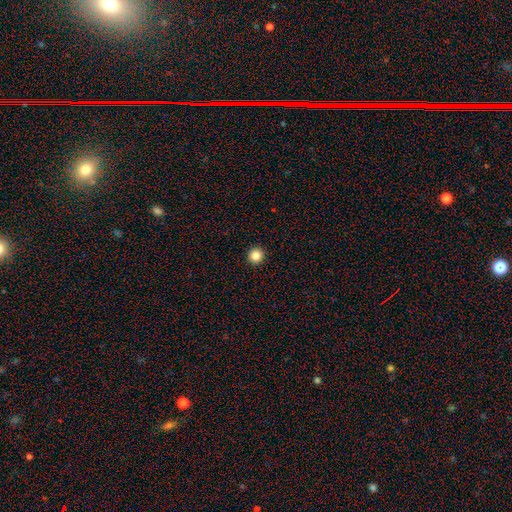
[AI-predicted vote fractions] Morphology: type=smooth (85%); roundness=round (97%); merging=none (94%).